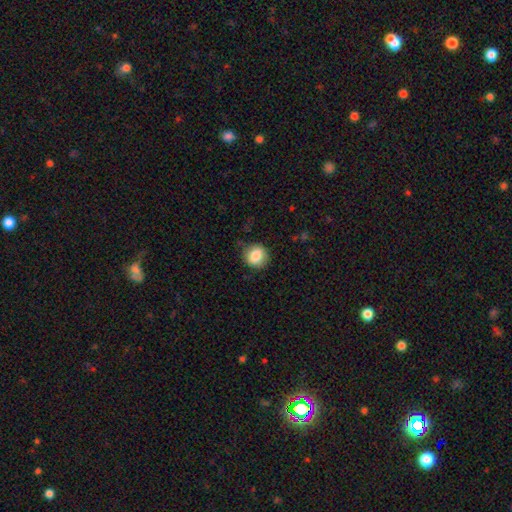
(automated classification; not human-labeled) Smooth or featured? Predicted: smooth (p=0.84). How rounded? Predicted: round (p=0.81). Merging? Predicted: none (p=0.78).